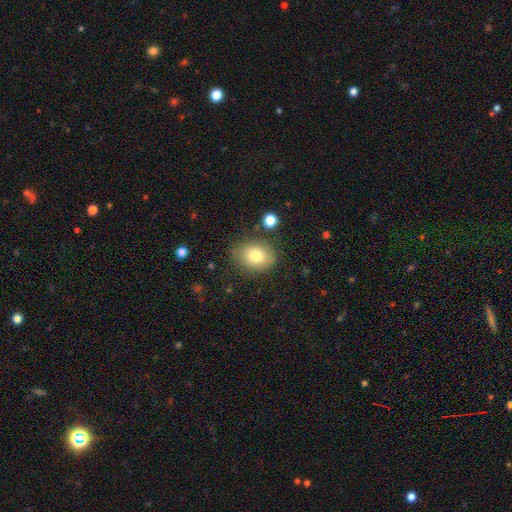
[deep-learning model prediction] This is clearly a smooth galaxy (80%). How rounded: possibly in between (57%). Merging: likely none (78%).